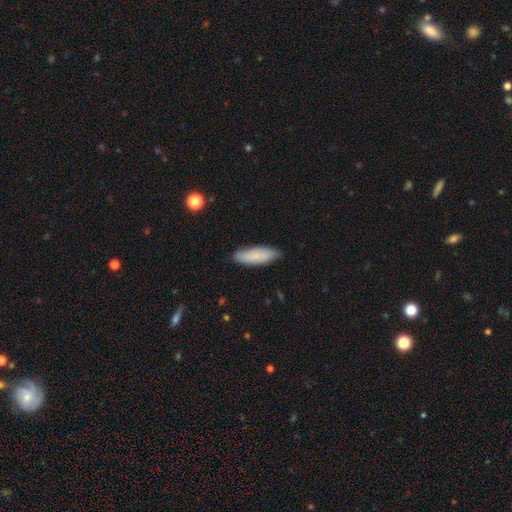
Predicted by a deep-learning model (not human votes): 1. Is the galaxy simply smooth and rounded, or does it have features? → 80% smooth, 14% featured or disk, 6% star or artifact.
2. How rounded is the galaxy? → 59% in between, 39% cigar-shaped, 2% round.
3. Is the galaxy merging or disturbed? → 84% none, 13% minor disturbance, 2% major disturbance, 1% merger.